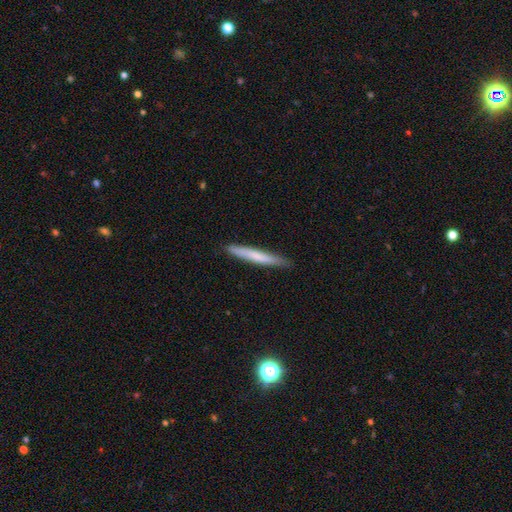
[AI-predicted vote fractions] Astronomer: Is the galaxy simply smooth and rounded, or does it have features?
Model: smooth — 66%.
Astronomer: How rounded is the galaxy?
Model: cigar-shaped — 96%.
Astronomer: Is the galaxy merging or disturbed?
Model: none — 87%.